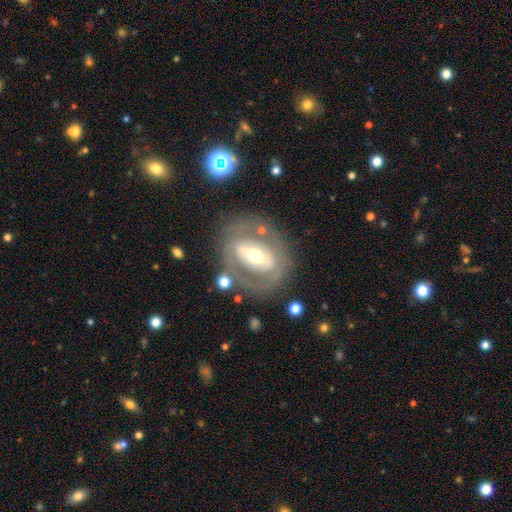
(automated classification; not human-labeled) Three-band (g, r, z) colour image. It shows a featured or disk galaxy (73%) with a strong bar (54%), spiral arms (53%) and a moderate central bulge (60%). Merging: none (72%).